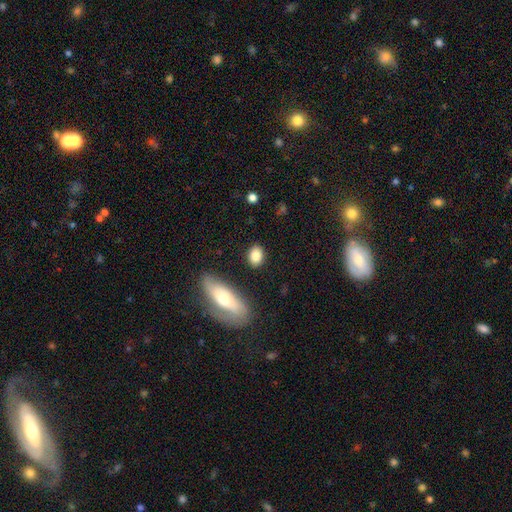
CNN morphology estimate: Overall: smooth (84%). How rounded: in between (64%; round 33%). Merging: none (86%).